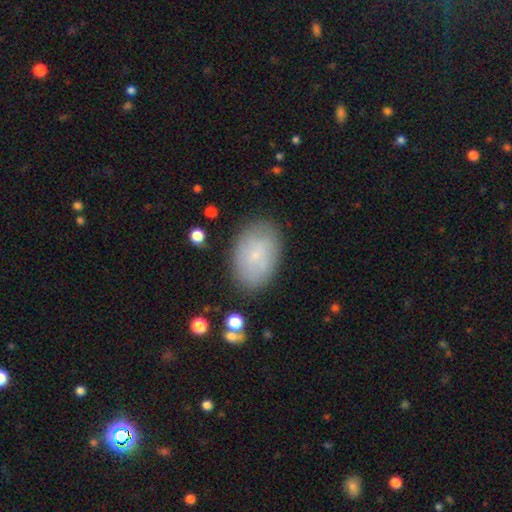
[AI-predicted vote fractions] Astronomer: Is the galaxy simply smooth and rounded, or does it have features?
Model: smooth — 61%.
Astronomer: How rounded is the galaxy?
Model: in between — 87%.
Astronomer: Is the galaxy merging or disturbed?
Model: none — 81%.